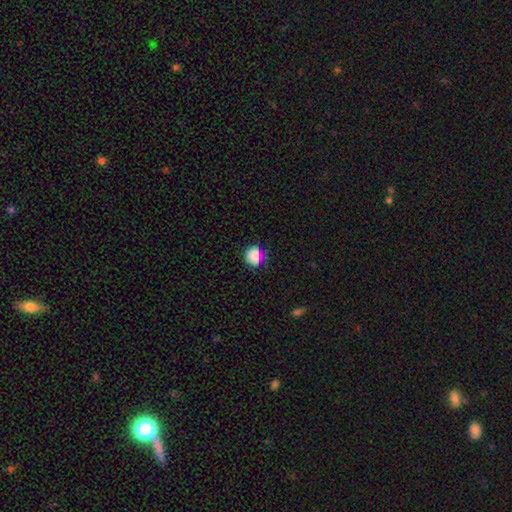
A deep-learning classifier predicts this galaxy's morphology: This appears to be a smooth galaxy with no disk features (83%) that is round (85%). Merging: none (80%).